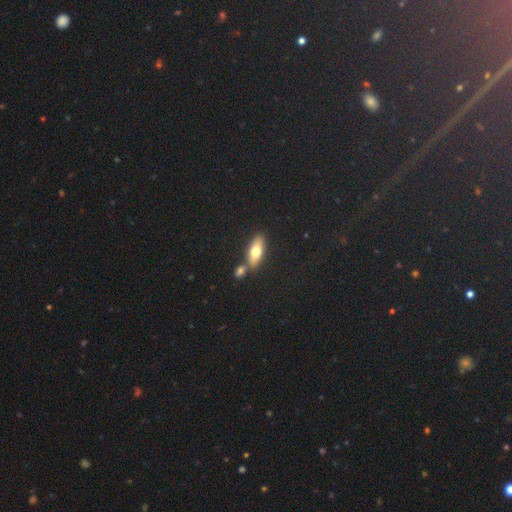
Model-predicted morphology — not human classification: smooth 67%, featured or disk 23%, star or artifact 10%. Down the decision tree: how rounded — in between (76%); merging — none (68%).